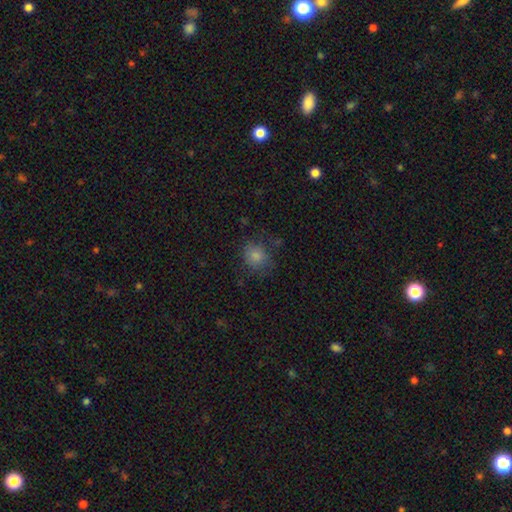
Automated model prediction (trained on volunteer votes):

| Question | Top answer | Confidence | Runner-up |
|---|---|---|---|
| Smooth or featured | smooth | 82% | star or artifact (11%) |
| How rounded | round | 72% | in between (27%) |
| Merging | none | 69% | minor disturbance (20%) |